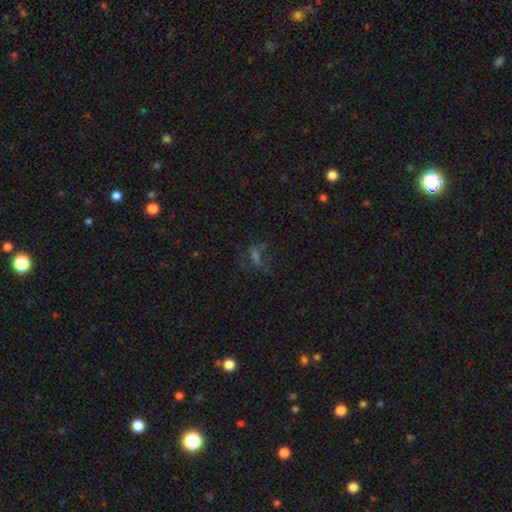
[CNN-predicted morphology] Smooth or featured?
  - star or artifact: 42% *
  - smooth: 33%
  - featured or disk: 25%